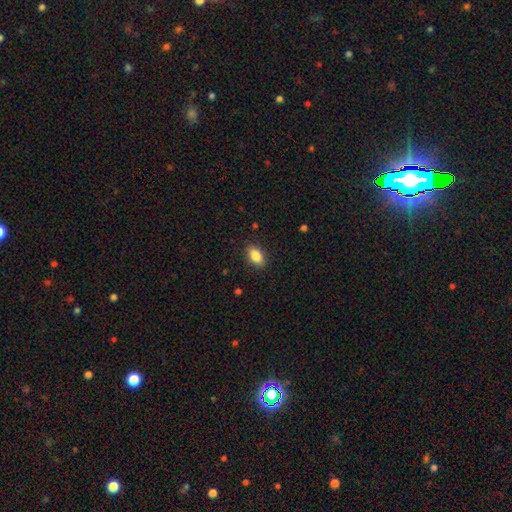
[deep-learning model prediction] Smooth or featured: smooth — 87% (star or artifact — 8%)
How rounded: in between — 91% (round — 6%)
Merging: none — 88% (minor disturbance — 9%)